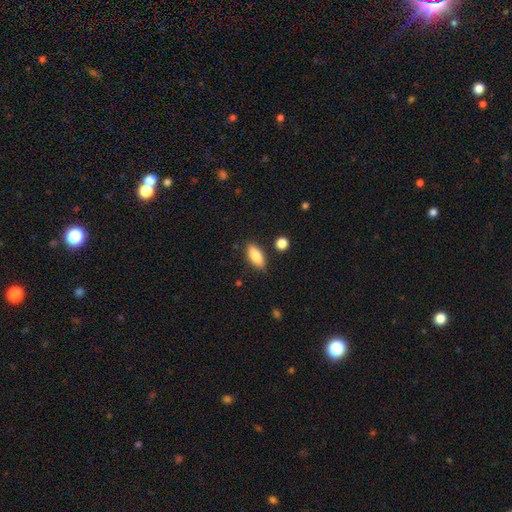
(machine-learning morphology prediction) Smooth or featured? Predicted: smooth (p=0.84). How rounded? Predicted: in between (p=0.76). Merging? Predicted: none (p=0.84).